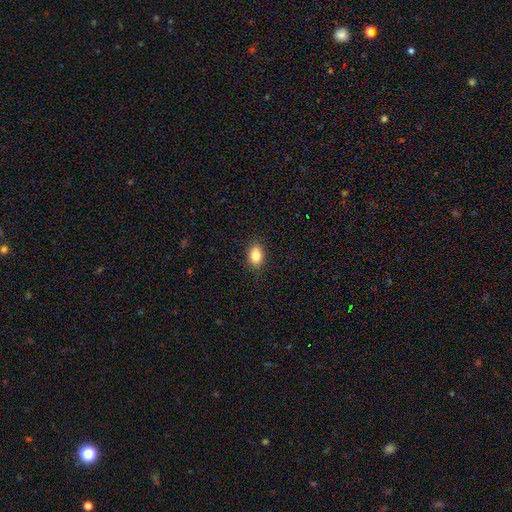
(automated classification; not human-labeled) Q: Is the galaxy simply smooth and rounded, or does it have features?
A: smooth — 83%.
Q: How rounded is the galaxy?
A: in between — 72%.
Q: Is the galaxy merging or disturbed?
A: none — 86%.